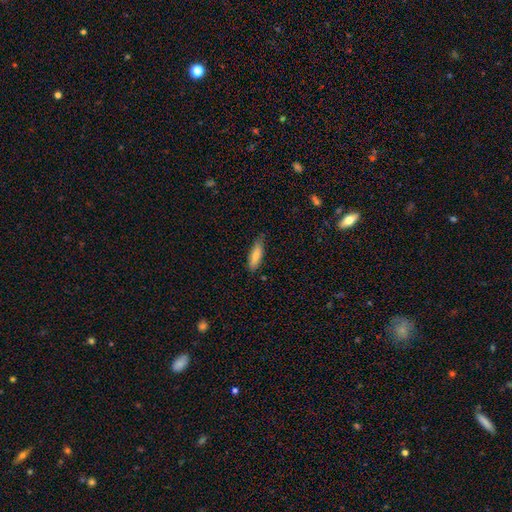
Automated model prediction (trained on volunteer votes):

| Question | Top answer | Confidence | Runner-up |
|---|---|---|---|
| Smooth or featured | smooth | 76% | featured or disk (18%) |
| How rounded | in between | 54% | cigar-shaped (44%) |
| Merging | none | 75% | minor disturbance (21%) |